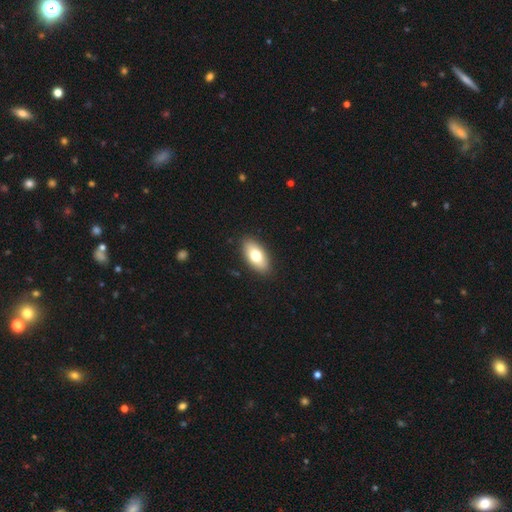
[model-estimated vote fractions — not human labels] Smooth or featured?
  - smooth: 73% *
  - featured or disk: 20%
  - star or artifact: 7%
How rounded?
  - in between: 91% *
  - cigar-shaped: 6%
  - round: 4%
Merging?
  - none: 89% *
  - minor disturbance: 8%
  - major disturbance: 2%
  - merger: 1%